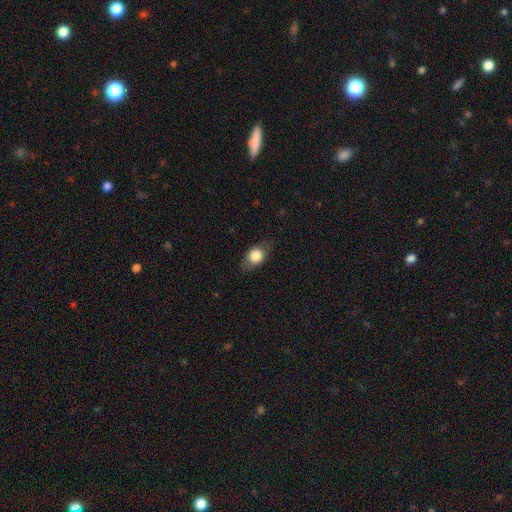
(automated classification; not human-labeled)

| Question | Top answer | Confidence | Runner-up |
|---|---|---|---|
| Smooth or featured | smooth | 78% | featured or disk (14%) |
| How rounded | in between | 66% | round (32%) |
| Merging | none | 77% | minor disturbance (17%) |